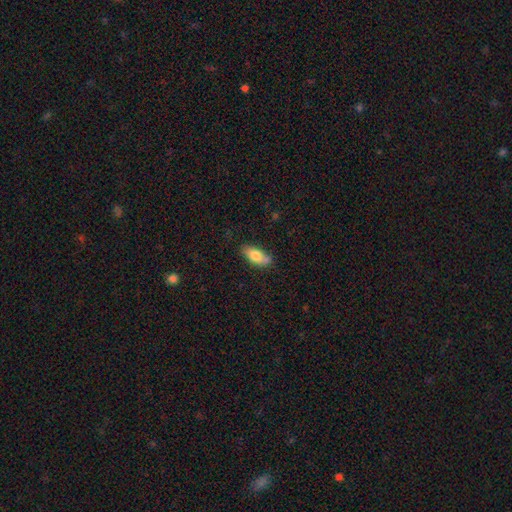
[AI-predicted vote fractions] This is likely a smooth galaxy (76%). How rounded: clearly in between (83%). Merging: likely none (66%).